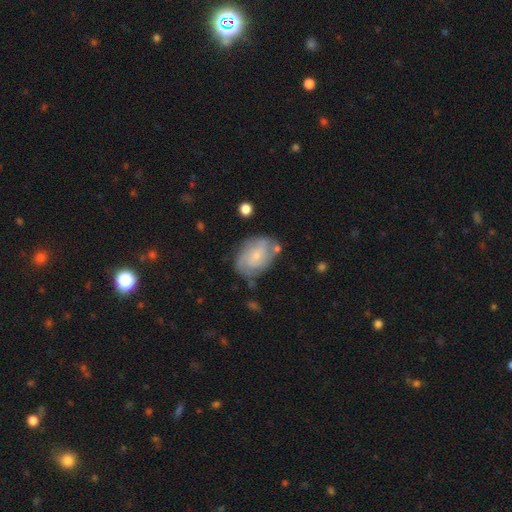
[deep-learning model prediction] Smooth or featured? Predicted: featured or disk (p=0.61). Edge-on disk? Predicted: no (p=0.97). Bar? Predicted: no (p=0.60). Spiral arms? Predicted: yes (p=0.83). Bulge size? Predicted: small (p=0.69). Merging? Predicted: none (p=0.61).